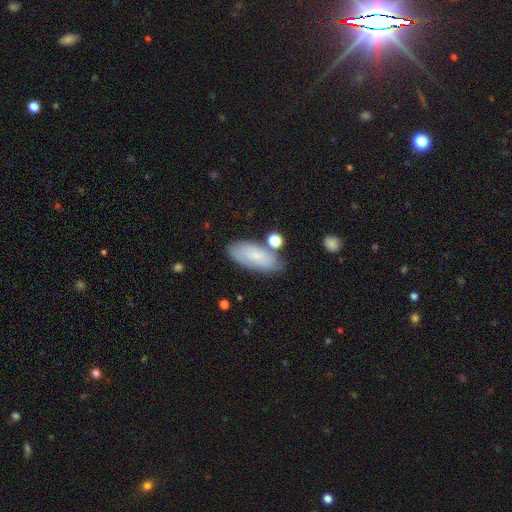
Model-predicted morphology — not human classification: Smooth or featured?
  - smooth: 69% *
  - featured or disk: 24%
  - star or artifact: 8%
How rounded?
  - in between: 84% *
  - cigar-shaped: 13%
  - round: 3%
Merging?
  - none: 69% *
  - minor disturbance: 18%
  - merger: 8%
  - major disturbance: 5%